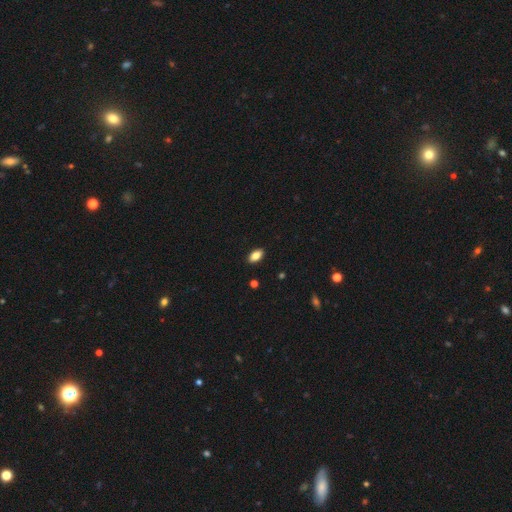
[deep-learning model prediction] This is clearly a smooth galaxy (84%). How rounded: clearly in between (92%). Merging: clearly none (90%).